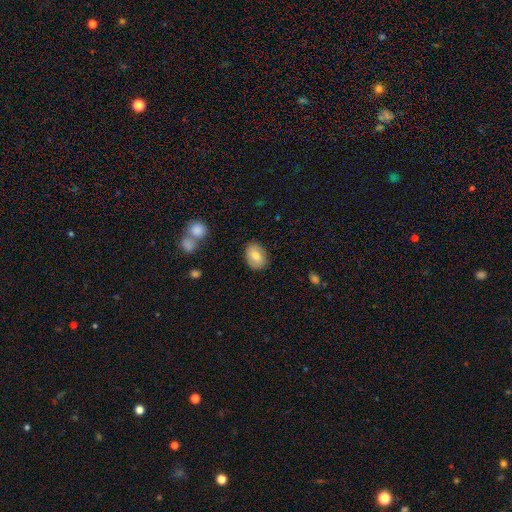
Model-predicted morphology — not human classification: Overall: smooth (74%). How rounded: in between (74%). Merging: none (85%).